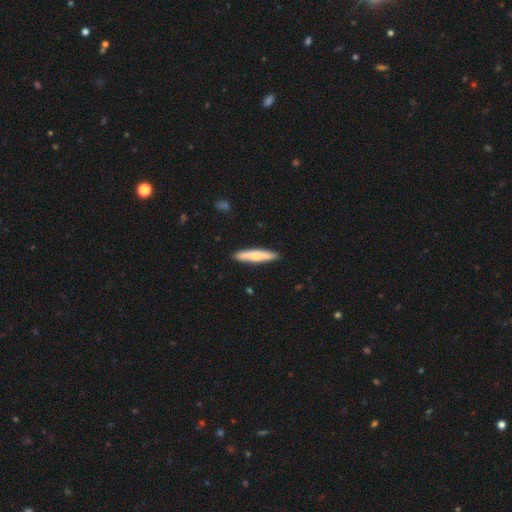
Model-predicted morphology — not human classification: type=smooth (65%); roundness=cigar-shaped (89%); merging=none (89%).